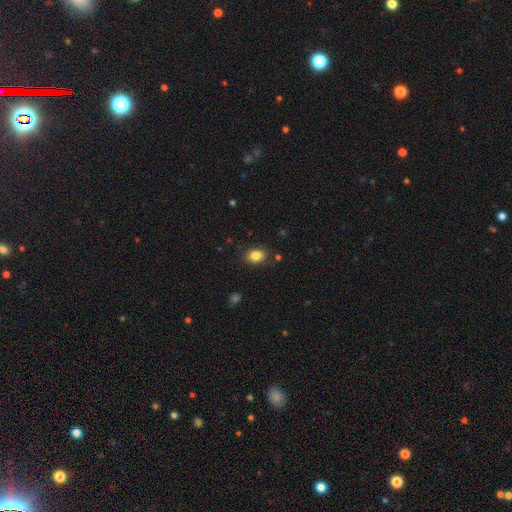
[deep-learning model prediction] This appears to be a smooth galaxy with no disk features (84%) that is in between round and cigar-shaped (72%). Merging: none (85%).